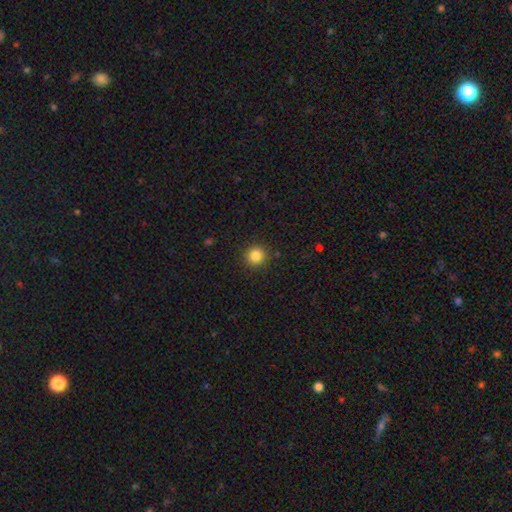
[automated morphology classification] Smooth or featured? smooth (84%)
How rounded? round (93%)
Merging? none (91%)